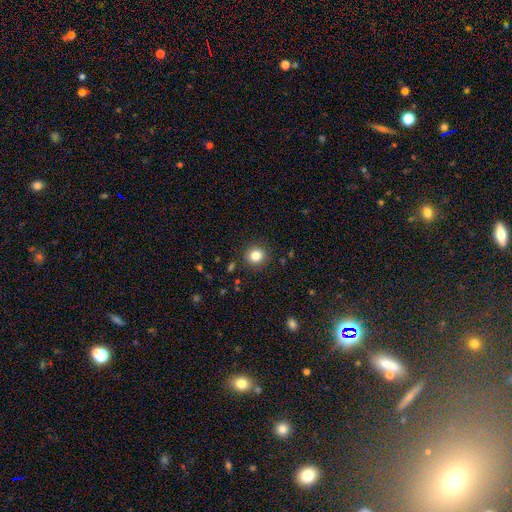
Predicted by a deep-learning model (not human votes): smooth_or_featured: smooth (p=0.82) [alt: star or artifact p=0.11]
how_rounded: round (p=0.92) [alt: in between p=0.07]
merging: none (p=0.91) [alt: minor disturbance p=0.06]